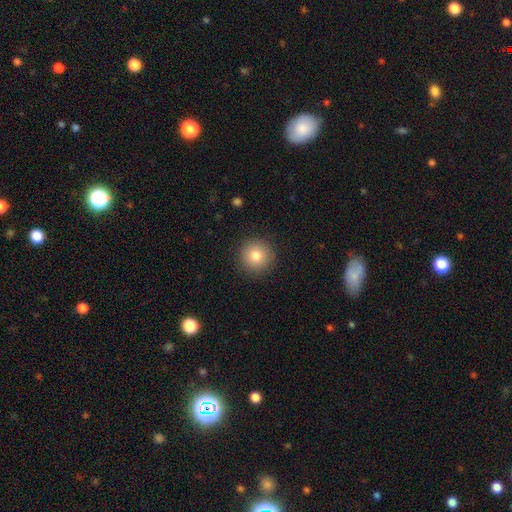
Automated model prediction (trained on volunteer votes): smooth_or_featured: smooth (p=0.81) [alt: star or artifact p=0.11]
how_rounded: round (p=0.95) [alt: in between p=0.04]
merging: none (p=0.91) [alt: minor disturbance p=0.06]